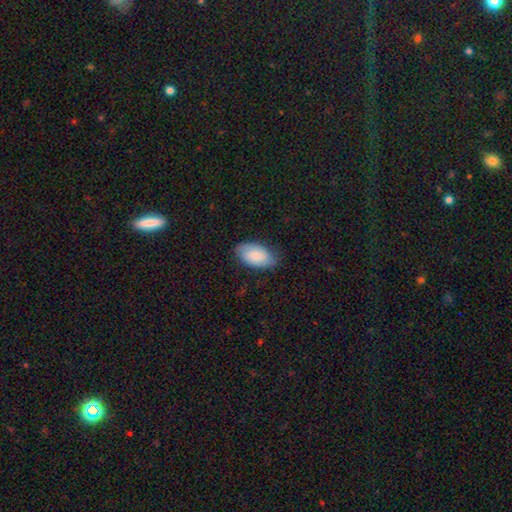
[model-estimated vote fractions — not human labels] A smooth galaxy with no disk features (80%) that is in between round and cigar-shaped (95%). Merging: none (76%).